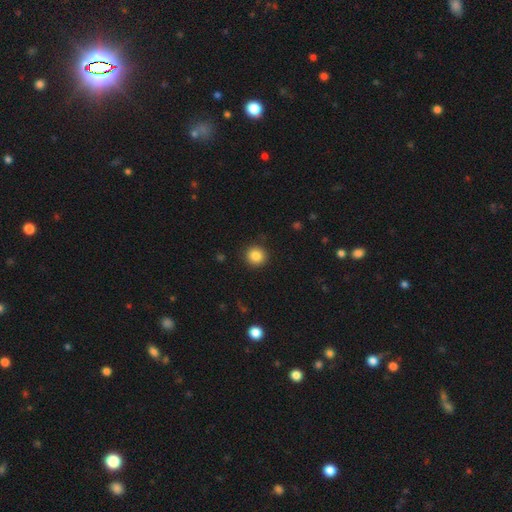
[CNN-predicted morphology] The model was most divided on "smooth or featured": smooth: 85%, star or artifact: 10%, featured or disk: 5%. More confident: how rounded — round (94%); merging — none (91%).